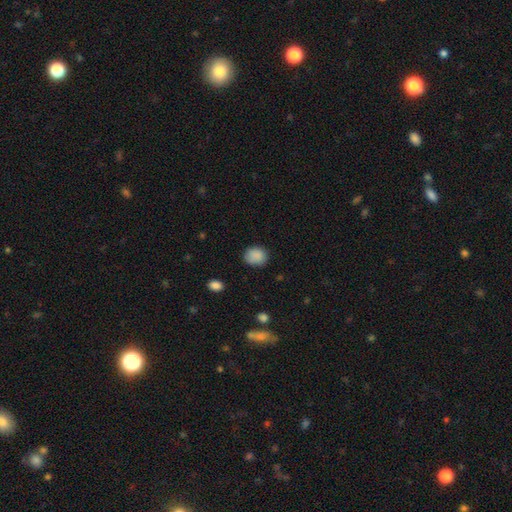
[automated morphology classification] Smooth or featured? smooth (88%)
How rounded? round (58%)
Merging? none (82%)